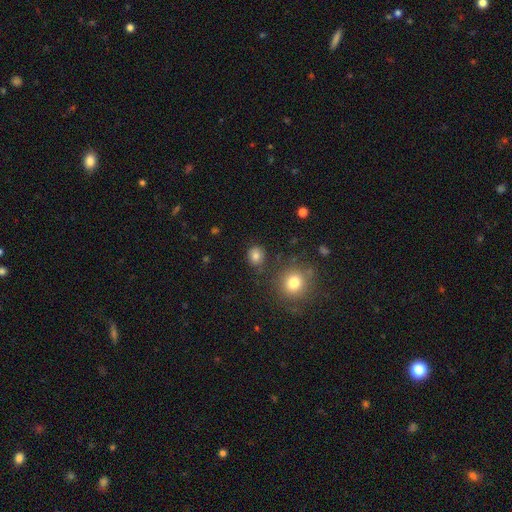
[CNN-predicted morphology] smooth 80%, star or artifact 14%, featured or disk 6%. Down the decision tree: how rounded — round (79%); merging — none (83%).